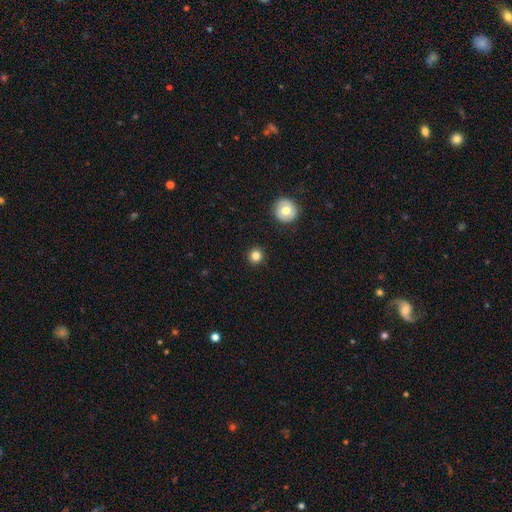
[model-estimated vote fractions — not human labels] This is clearly a smooth galaxy (82%). How rounded: clearly round (94%). Merging: clearly none (91%).